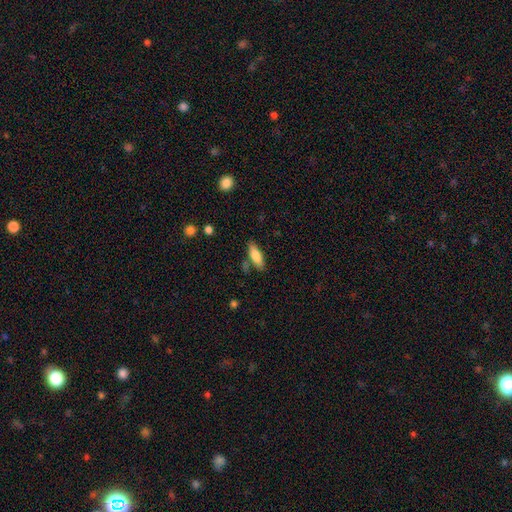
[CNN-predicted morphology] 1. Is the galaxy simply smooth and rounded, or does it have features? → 79% smooth, 14% featured or disk, 6% star or artifact.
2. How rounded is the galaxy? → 61% in between, 37% cigar-shaped, 2% round.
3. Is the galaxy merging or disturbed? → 76% none, 15% minor disturbance, 6% merger, 3% major disturbance.